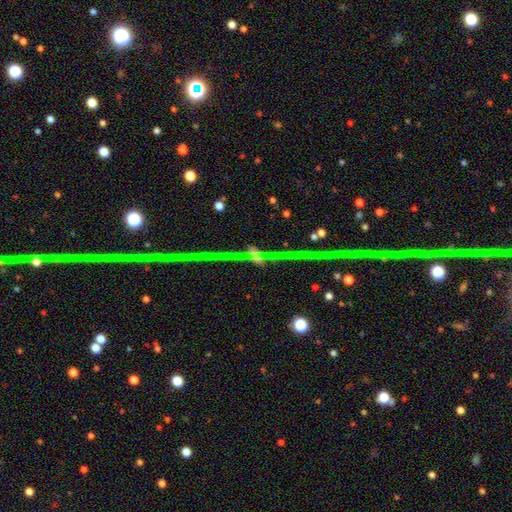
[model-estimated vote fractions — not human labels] Smooth or featured?
  - star or artifact: 80% *
  - featured or disk: 12%
  - smooth: 9%